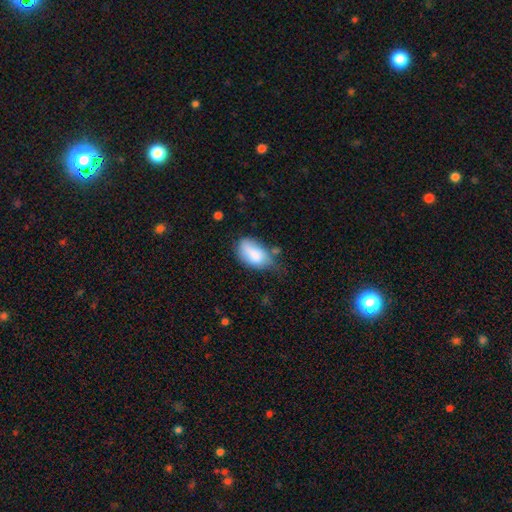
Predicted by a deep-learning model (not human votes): Q: Smooth or featured?
A: smooth (81%); runner-up: featured or disk (12%)
Q: How rounded?
A: in between (92%); runner-up: round (6%)
Q: Merging?
A: minor disturbance (40%); runner-up: none (37%)